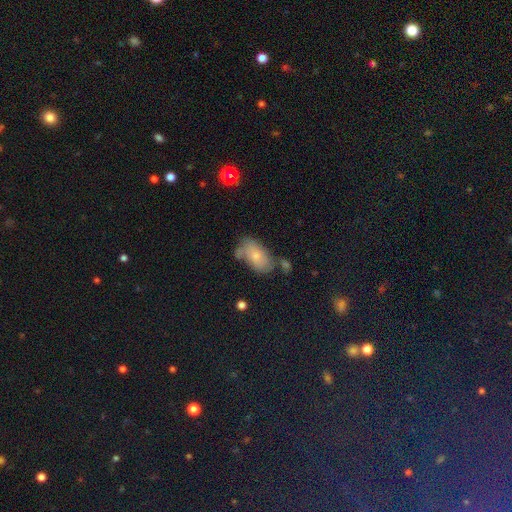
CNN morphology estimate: Smooth or featured? Predicted: smooth (p=0.66). How rounded? Predicted: in between (p=0.92). Merging? Predicted: none (p=0.46).